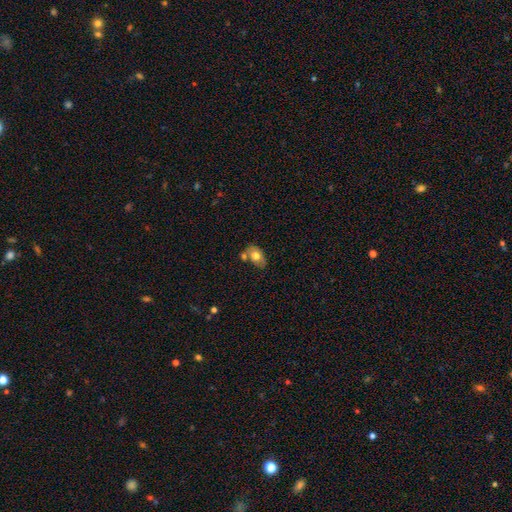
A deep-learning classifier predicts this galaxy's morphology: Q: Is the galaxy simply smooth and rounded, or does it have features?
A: smooth — 67%.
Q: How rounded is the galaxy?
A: in between — 83%.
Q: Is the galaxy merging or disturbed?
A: none — 51%.